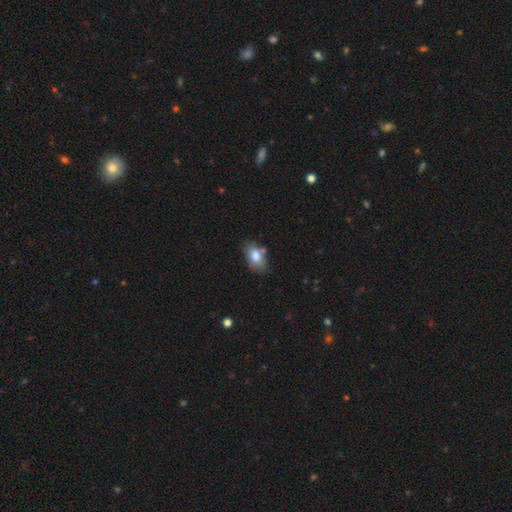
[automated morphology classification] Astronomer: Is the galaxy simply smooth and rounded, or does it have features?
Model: smooth — 80%.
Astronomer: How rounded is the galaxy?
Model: in between — 90%.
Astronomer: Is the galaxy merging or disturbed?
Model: none — 62%.